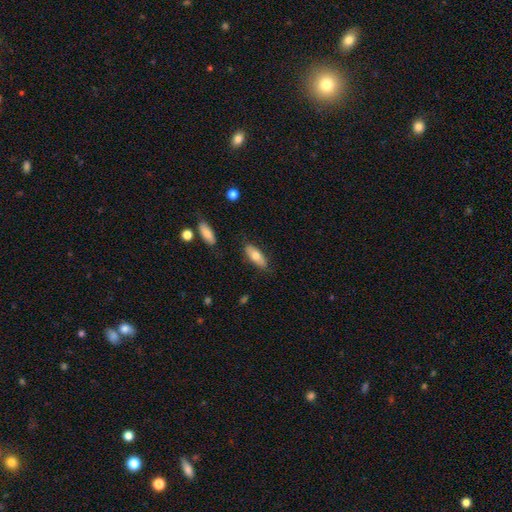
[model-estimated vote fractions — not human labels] A smooth galaxy with no disk features (68%) that is in between round and cigar-shaped (74%). Merging: none (83%).